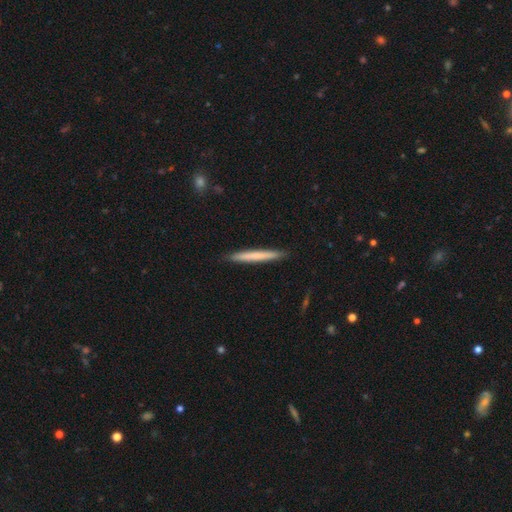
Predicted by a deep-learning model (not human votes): Smooth or featured: smooth — 65% (featured or disk — 30%)
How rounded: cigar-shaped — 97% (in between — 2%)
Merging: none — 91% (minor disturbance — 7%)